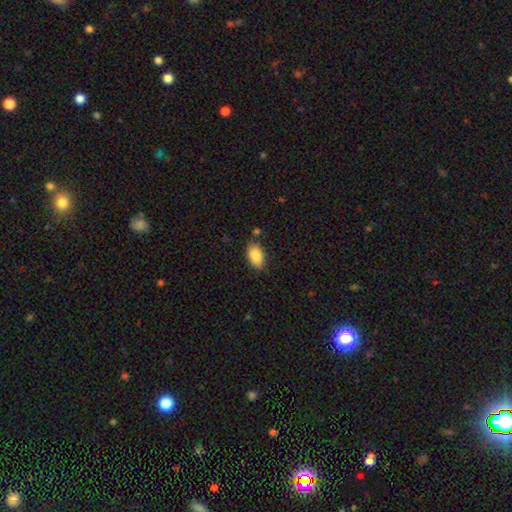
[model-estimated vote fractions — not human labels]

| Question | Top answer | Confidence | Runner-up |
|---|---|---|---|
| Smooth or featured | smooth | 88% | star or artifact (7%) |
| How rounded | in between | 92% | round (6%) |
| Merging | none | 79% | minor disturbance (14%) |